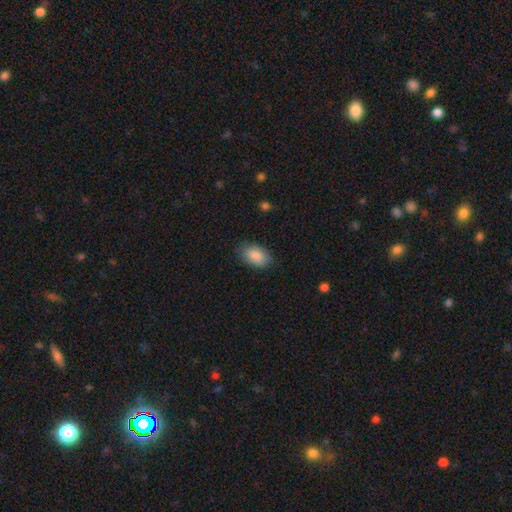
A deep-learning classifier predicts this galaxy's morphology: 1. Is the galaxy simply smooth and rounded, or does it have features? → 89% smooth, 7% star or artifact, 5% featured or disk.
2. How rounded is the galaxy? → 91% in between, 8% round, 1% cigar-shaped.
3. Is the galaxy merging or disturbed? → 83% none, 13% minor disturbance, 3% major disturbance, 1% merger.